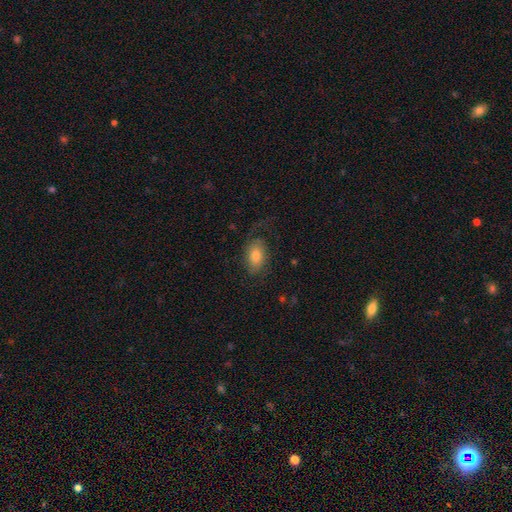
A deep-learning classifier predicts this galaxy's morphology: Smooth or featured?
  - smooth: 57% *
  - featured or disk: 35%
  - star or artifact: 9%
How rounded?
  - in between: 87% *
  - round: 11%
  - cigar-shaped: 2%
Merging?
  - none: 56% *
  - major disturbance: 24%
  - minor disturbance: 19%
  - merger: 2%